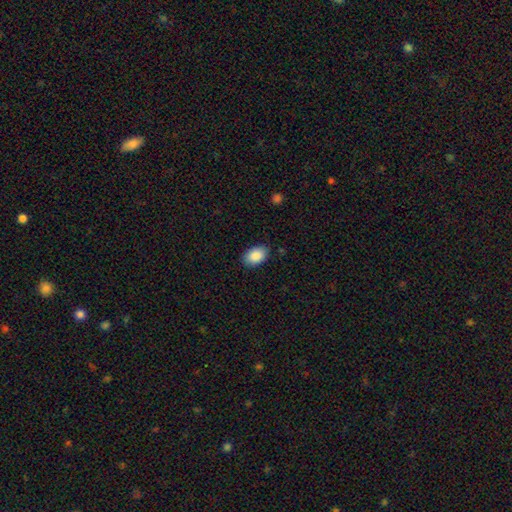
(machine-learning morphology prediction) Smooth or featured? Predicted: smooth (p=0.89). How rounded? Predicted: in between (p=0.88). Merging? Predicted: none (p=0.84).